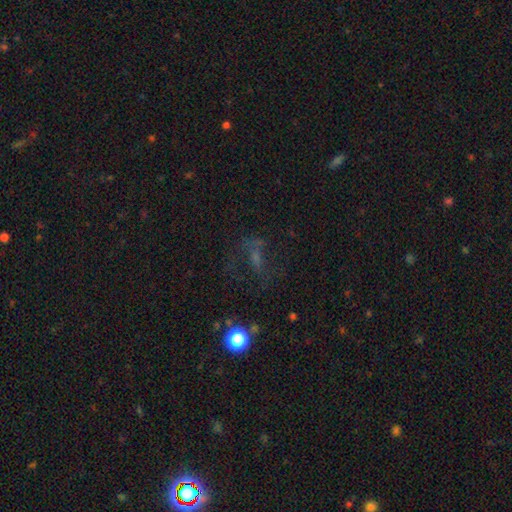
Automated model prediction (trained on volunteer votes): Overall: featured or disk (36%, tied with star or artifact). Merging: none (52%; major disturbance 27%).